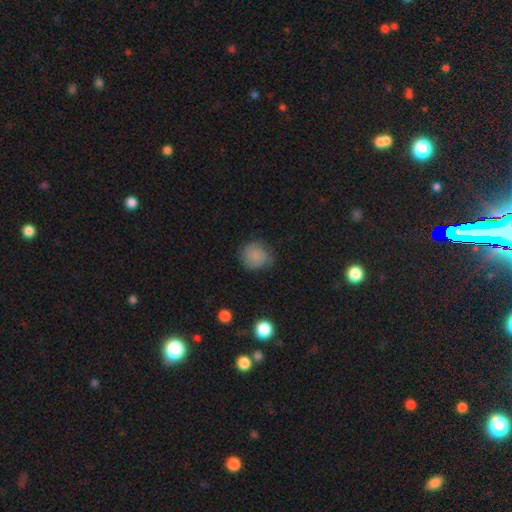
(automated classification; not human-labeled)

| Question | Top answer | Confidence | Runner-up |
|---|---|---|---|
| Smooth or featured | smooth | 78% | featured or disk (13%) |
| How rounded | round | 86% | in between (13%) |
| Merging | none | 66% | minor disturbance (25%) |